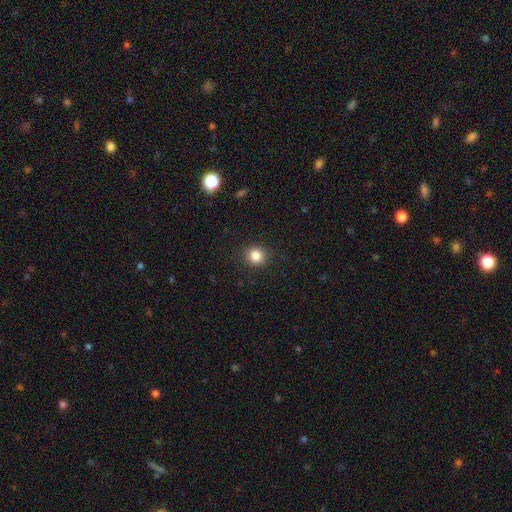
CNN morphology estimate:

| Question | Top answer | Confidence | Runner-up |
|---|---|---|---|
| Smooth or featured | smooth | 84% | star or artifact (11%) |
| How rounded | round | 89% | in between (10%) |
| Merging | none | 91% | minor disturbance (6%) |